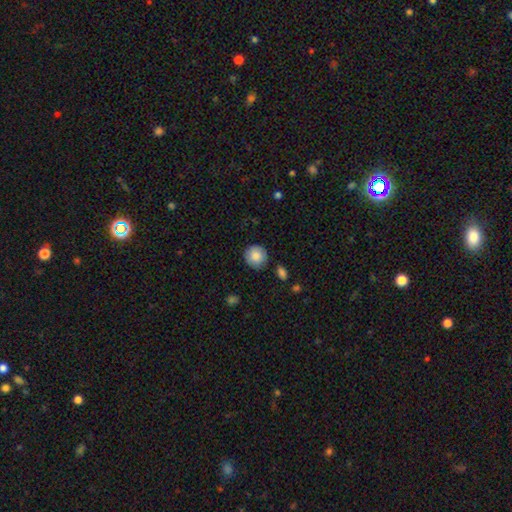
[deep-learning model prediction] Q: Smooth or featured?
A: smooth (85%); runner-up: featured or disk (8%)
Q: How rounded?
A: round (92%); runner-up: in between (7%)
Q: Merging?
A: none (86%); runner-up: minor disturbance (10%)